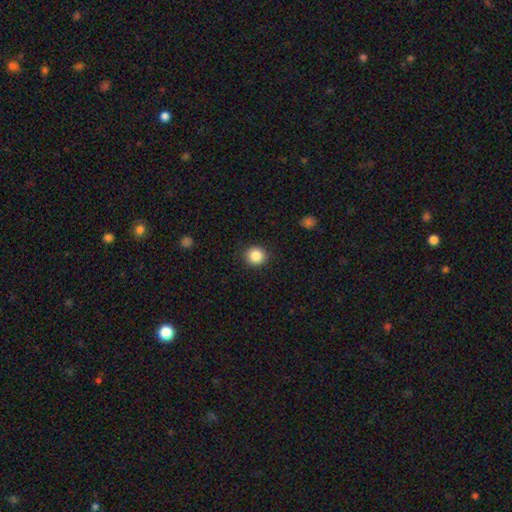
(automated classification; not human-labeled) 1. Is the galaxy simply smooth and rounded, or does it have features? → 86% smooth, 10% star or artifact, 4% featured or disk.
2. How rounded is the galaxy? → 89% round, 10% in between, 1% cigar-shaped.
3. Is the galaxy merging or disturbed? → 91% none, 6% minor disturbance, 2% major disturbance, 1% merger.